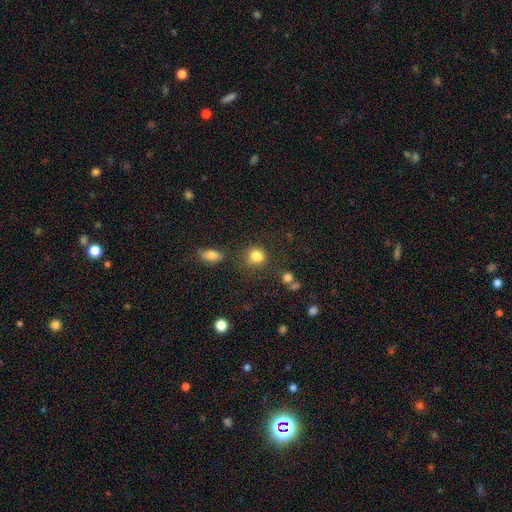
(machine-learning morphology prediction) Overall: smooth (82%). How rounded: round (65%; in between 34%). Merging: none (66%).